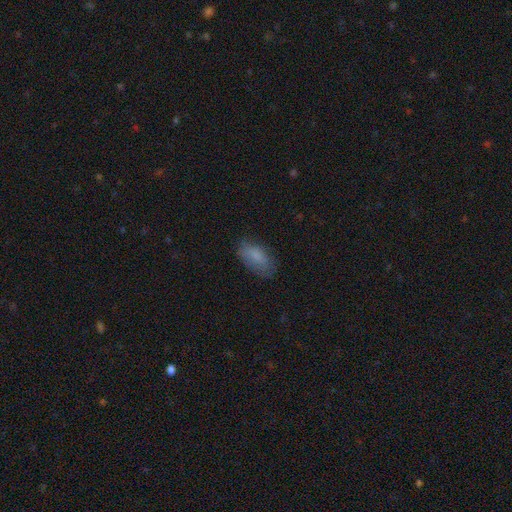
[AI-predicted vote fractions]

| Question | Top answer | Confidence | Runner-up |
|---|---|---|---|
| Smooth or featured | smooth | 80% | featured or disk (12%) |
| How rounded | in between | 91% | cigar-shaped (5%) |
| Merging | none | 71% | minor disturbance (22%) |